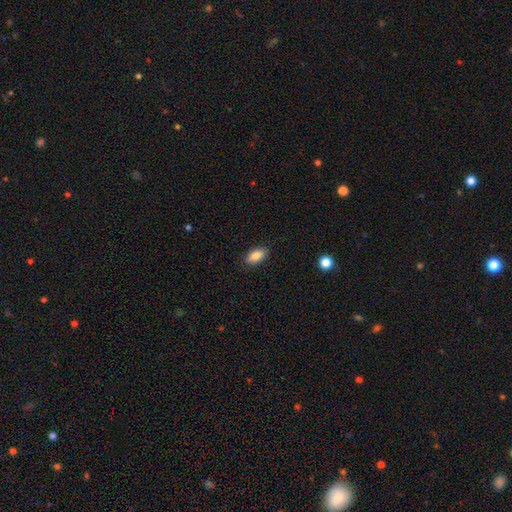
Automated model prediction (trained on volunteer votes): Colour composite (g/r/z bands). It shows a smooth galaxy with no disk features (87%) that is in between round and cigar-shaped (92%). Merging: none (89%).